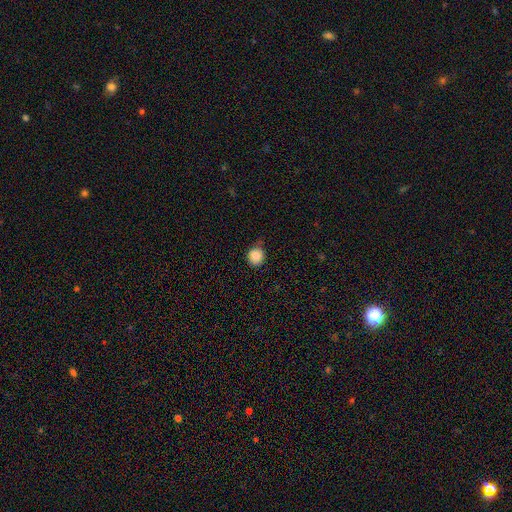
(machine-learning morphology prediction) A smooth galaxy with no disk features (86%) that is round (86%). Merging: none (69%).